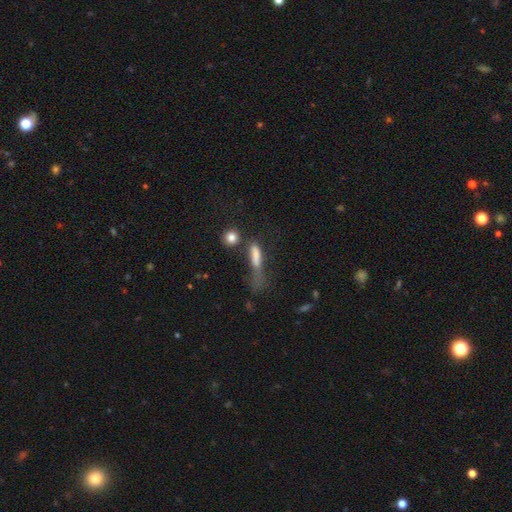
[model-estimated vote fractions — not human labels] A smooth galaxy with no disk features (71%) that is cigar-shaped (65%).

Vote fractions:
- Smooth or featured? smooth: 71% / featured or disk: 18% / star or artifact: 12%
- How rounded? cigar-shaped: 65% / in between: 26% / round: 9%
- Merging? major disturbance: 38% / none: 29% / minor disturbance: 20% / merger: 13%